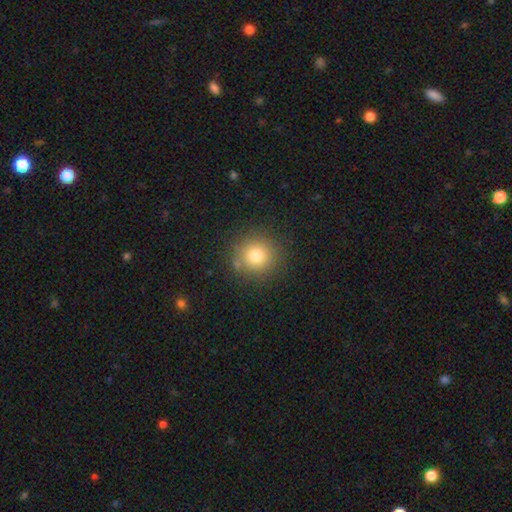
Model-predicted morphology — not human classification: Smooth or featured? Predicted: smooth (p=0.78). How rounded? Predicted: round (p=0.93). Merging? Predicted: none (p=0.85).